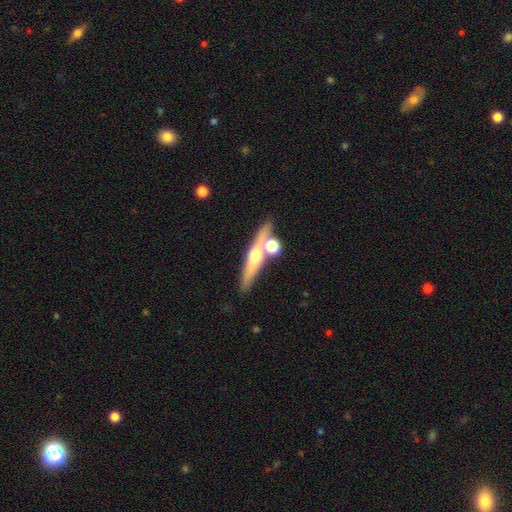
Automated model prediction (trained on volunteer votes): Morphology: type=featured or disk (57%); edge-on=yes (90%); edge-on bulge=rounded (92%); merging=none (66%).